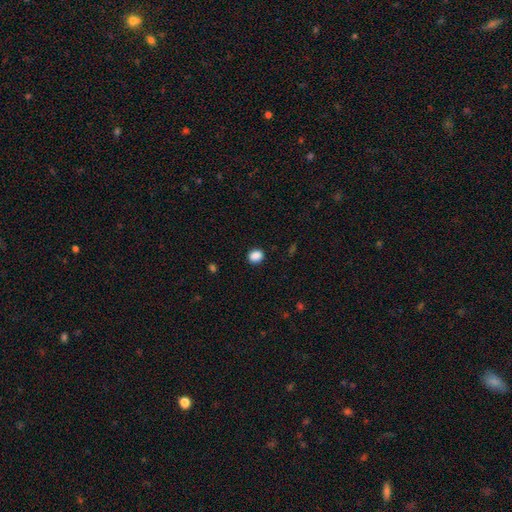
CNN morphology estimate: type=smooth (88%); roundness=round (59%); merging=none (89%).